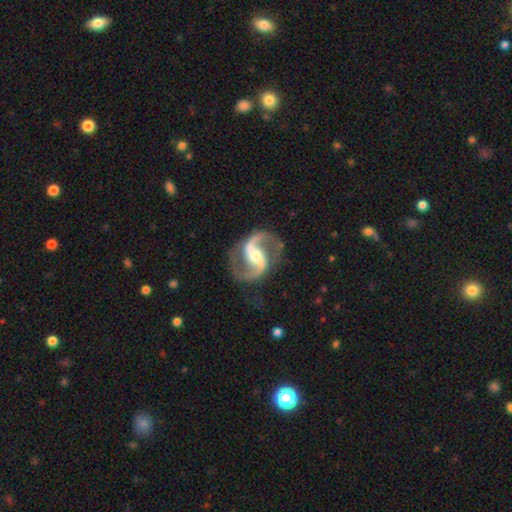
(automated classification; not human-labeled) Smooth or featured: featured or disk — 93% (star or artifact — 4%)
Edge-on disk: no — 98% (yes — 2%)
Bar: strong — 41% (weak — 38%)
Spiral arms: yes — 98% (no — 2%)
Spiral winding: medium — 55% (loose — 36%)
Spiral arm count: 2 — 94% (can't tell — 1%)
Bulge size: moderate — 59% (small — 29%)
Merging: none — 82% (minor disturbance — 11%)